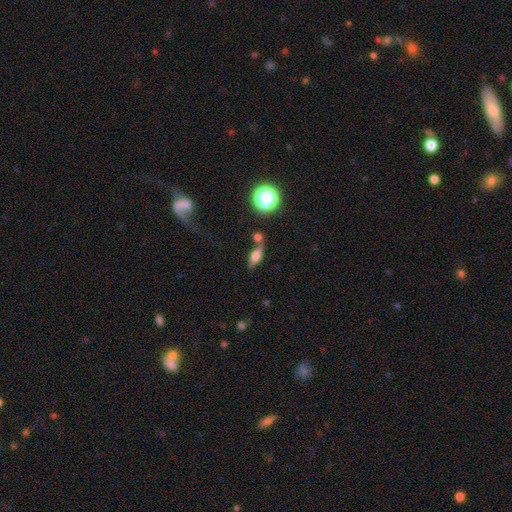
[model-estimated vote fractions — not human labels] smooth 52%, featured or disk 35%, star or artifact 13%. Down the decision tree: how rounded — in between (53%); merging — none (62%).